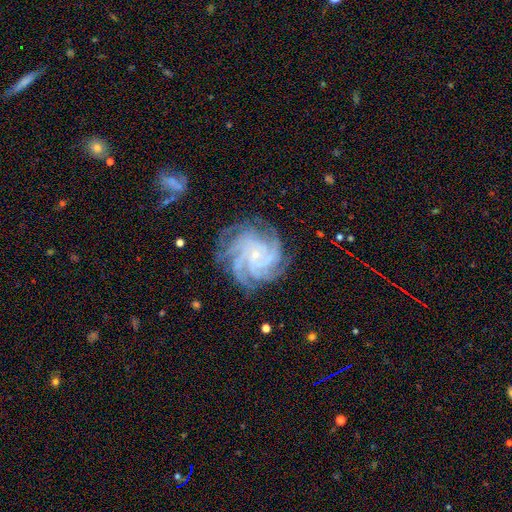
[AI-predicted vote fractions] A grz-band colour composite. It shows a featured or disk galaxy (89%) with no bar (70%), more than 4 (36%) tight (72%) spiral arms (98%) and a small central bulge (85%). Merging: none (78%).